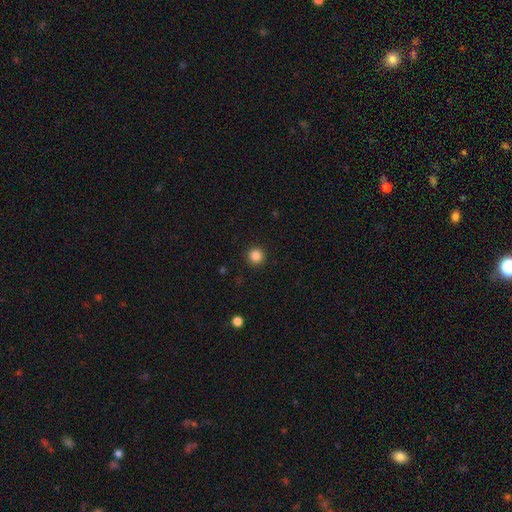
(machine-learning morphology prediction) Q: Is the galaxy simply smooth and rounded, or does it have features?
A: smooth — 86%.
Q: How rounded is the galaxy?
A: round — 95%.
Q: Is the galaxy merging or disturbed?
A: none — 93%.